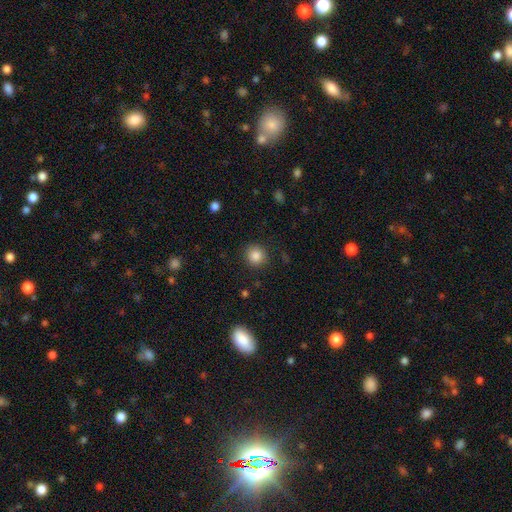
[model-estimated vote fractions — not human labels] A smooth galaxy with no disk features (85%) that is round (90%). Merging: none (89%).